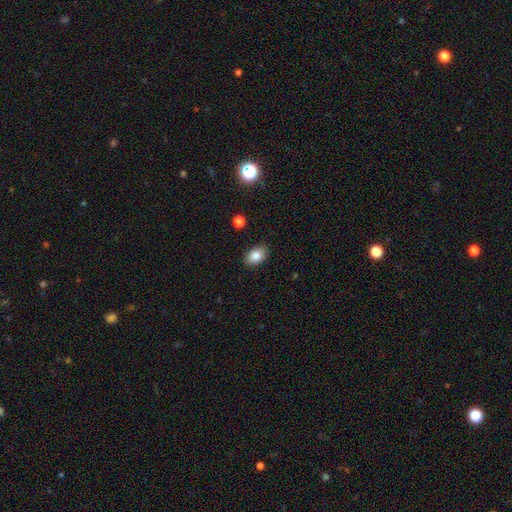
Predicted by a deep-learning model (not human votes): The model was most divided on "how rounded": in between: 86%, round: 13%, cigar-shaped: 1%. More confident: merging — none (88%); smooth or featured — smooth (84%).